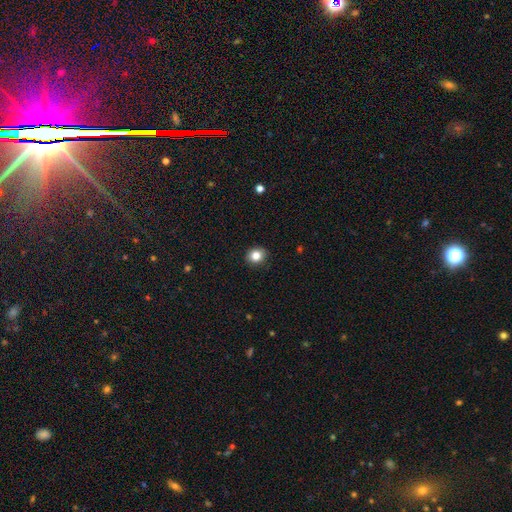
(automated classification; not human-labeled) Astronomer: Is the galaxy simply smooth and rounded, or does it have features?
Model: smooth — 83%.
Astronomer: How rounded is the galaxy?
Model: round — 75%.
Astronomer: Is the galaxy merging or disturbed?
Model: none — 89%.